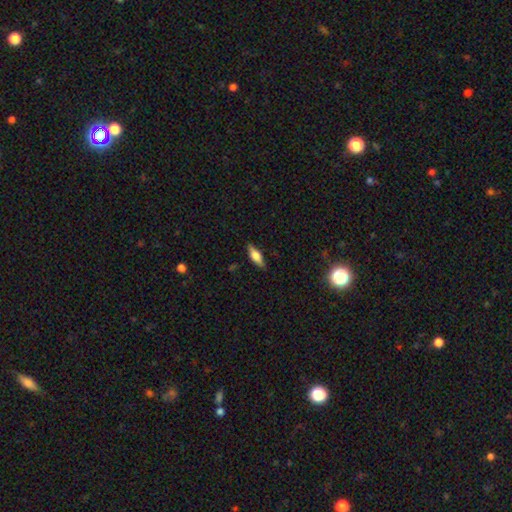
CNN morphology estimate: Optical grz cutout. It shows a smooth galaxy with no disk features (53%) that is in between round and cigar-shaped (59%). Merging: none (85%).